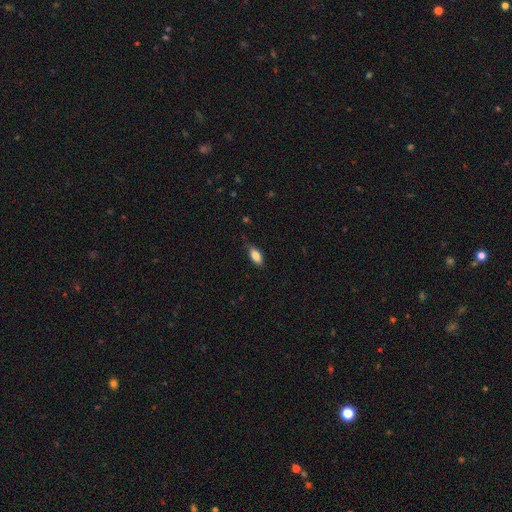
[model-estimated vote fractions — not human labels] smooth_or_featured: smooth (p=0.81) [alt: featured or disk p=0.12]
how_rounded: in between (p=0.84) [alt: cigar-shaped p=0.14]
merging: none (p=0.79) [alt: minor disturbance p=0.17]